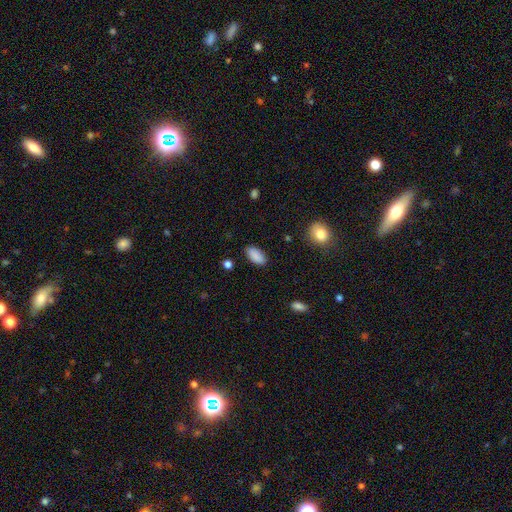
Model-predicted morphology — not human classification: Overall: smooth (89%). How rounded: in between (92%). Merging: none (87%).